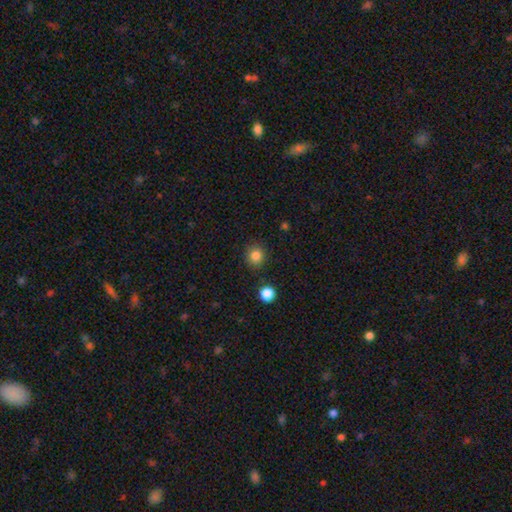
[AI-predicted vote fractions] smooth-or-featured: smooth: 84% | star or artifact: 11% | featured or disk: 5%
  how-rounded: round: 86% | in between: 13% | cigar-shaped: 1%
  merging: none: 87% | minor disturbance: 8% | major disturbance: 2% | merger: 2%